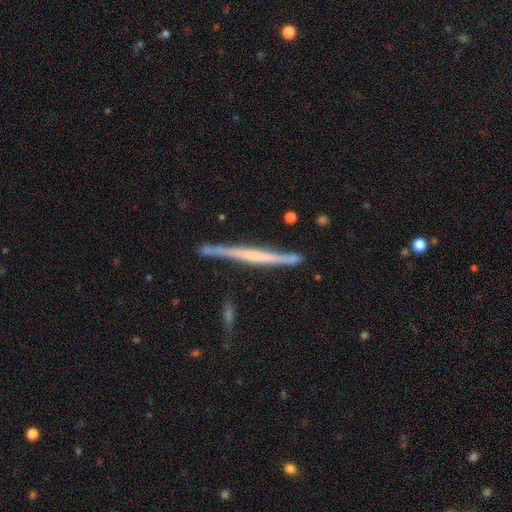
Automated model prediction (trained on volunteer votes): Smooth or featured? Predicted: featured or disk (p=0.68). Edge-on disk? Predicted: yes (p=0.97). Edge-on bulge? Predicted: none (p=0.65). Merging? Predicted: none (p=0.79).